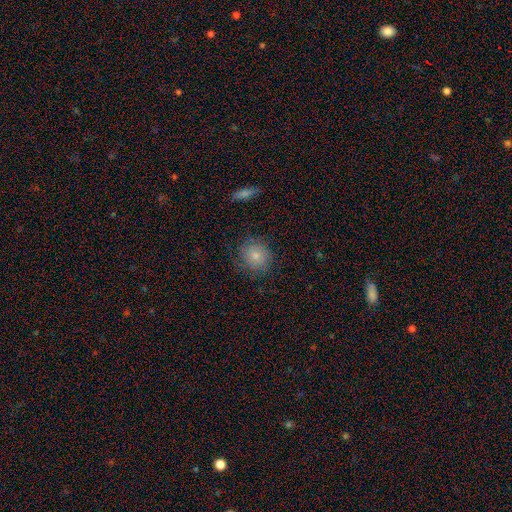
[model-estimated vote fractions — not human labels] Q: Smooth or featured?
A: smooth (80%); runner-up: featured or disk (11%)
Q: How rounded?
A: round (88%); runner-up: in between (11%)
Q: Merging?
A: none (81%); runner-up: minor disturbance (13%)